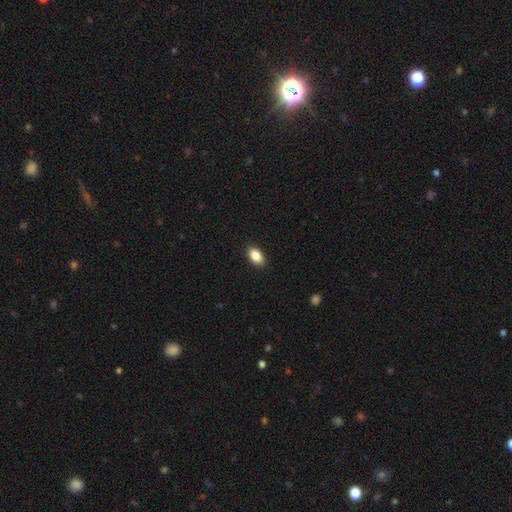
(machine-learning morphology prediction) smooth_or_featured: smooth (p=0.87) [alt: star or artifact p=0.07]
how_rounded: in between (p=0.91) [alt: round p=0.05]
merging: none (p=0.90) [alt: minor disturbance p=0.07]